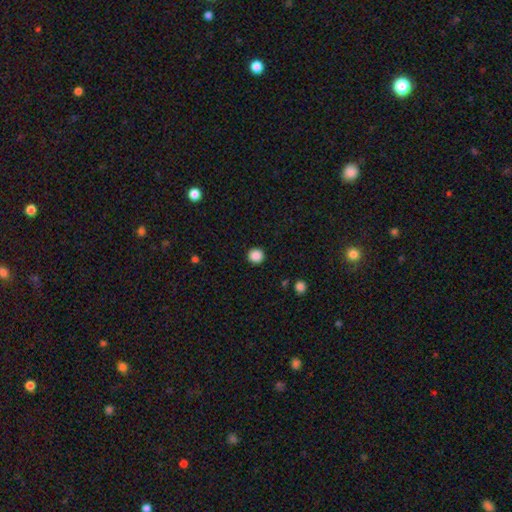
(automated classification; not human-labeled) smooth-or-featured: smooth: 88% | star or artifact: 10% | featured or disk: 2%
  how-rounded: round: 95% | in between: 4% | cigar-shaped: 1%
  merging: none: 93% | minor disturbance: 5% | major disturbance: 2% | merger: 1%